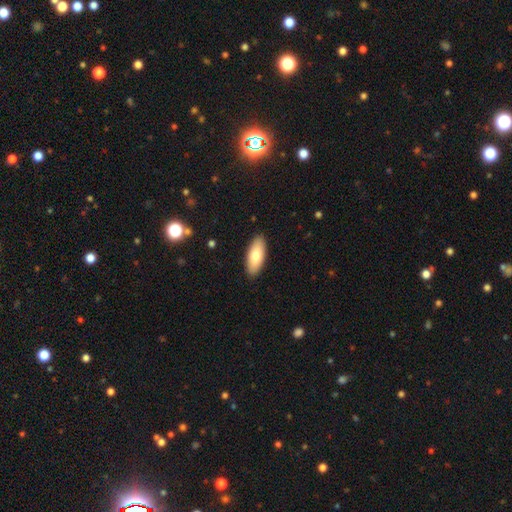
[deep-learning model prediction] Smooth or featured: smooth — 78% (featured or disk — 16%)
How rounded: in between — 82% (cigar-shaped — 16%)
Merging: none — 90% (minor disturbance — 8%)